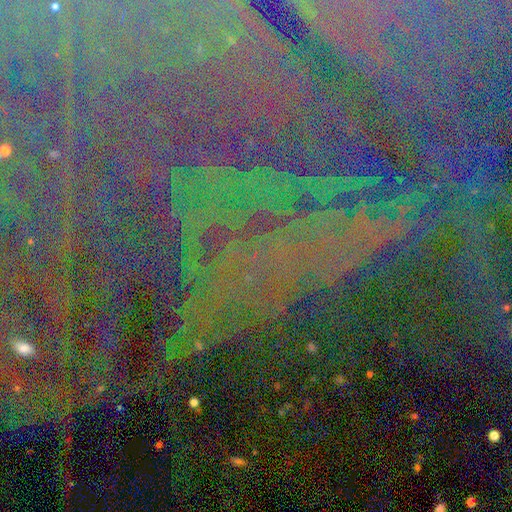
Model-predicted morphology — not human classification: Smooth or featured?
  - star or artifact: 87% *
  - featured or disk: 7%
  - smooth: 6%